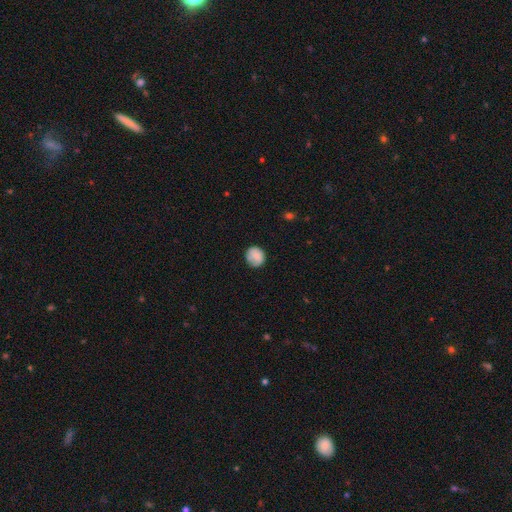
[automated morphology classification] smooth-or-featured: smooth: 77% | featured or disk: 16% | star or artifact: 8%
  how-rounded: round: 81% | in between: 18% | cigar-shaped: 1%
  merging: none: 76% | minor disturbance: 18% | major disturbance: 5% | merger: 1%